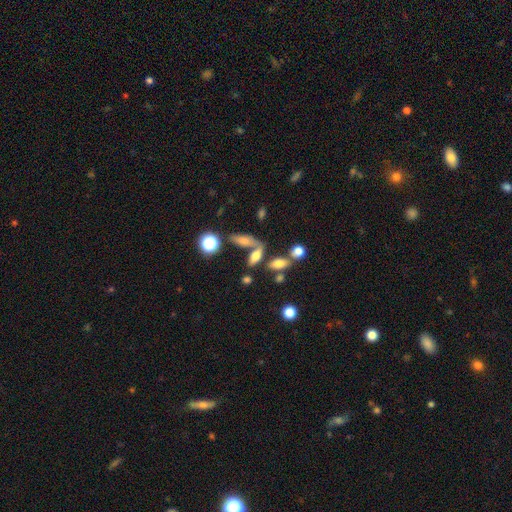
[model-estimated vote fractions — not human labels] Smooth or featured? smooth (65%)
How rounded? in between (71%)
Merging? none (43%)